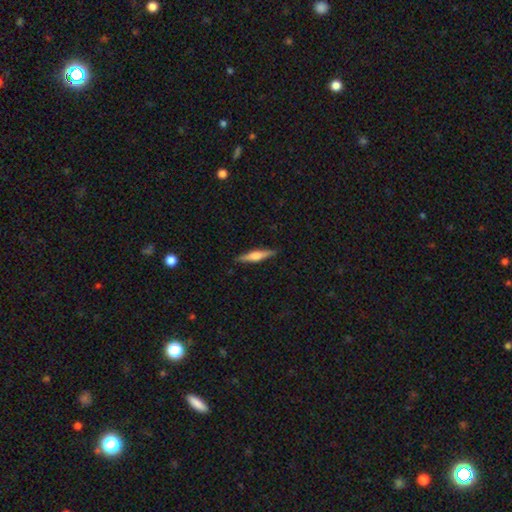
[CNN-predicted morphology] This is possibly a smooth galaxy (47%, tied with featured or disk). Merging: clearly none (88%).